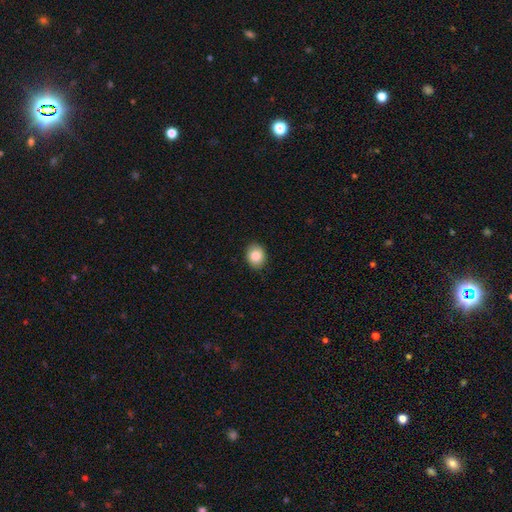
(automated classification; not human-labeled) The model was most divided on "how rounded": round: 60%, in between: 39%, cigar-shaped: 1%. More confident: merging — none (89%); smooth or featured — smooth (85%).